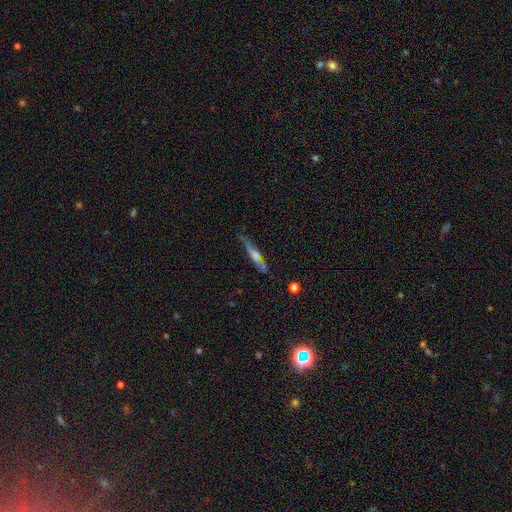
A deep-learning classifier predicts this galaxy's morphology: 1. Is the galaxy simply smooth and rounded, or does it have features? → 66% featured or disk, 25% smooth, 8% star or artifact.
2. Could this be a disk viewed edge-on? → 95% yes, 5% no.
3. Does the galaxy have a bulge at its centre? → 69% rounded, 16% none, 16% boxy.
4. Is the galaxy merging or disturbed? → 73% none, 18% minor disturbance, 5% major disturbance, 4% merger.